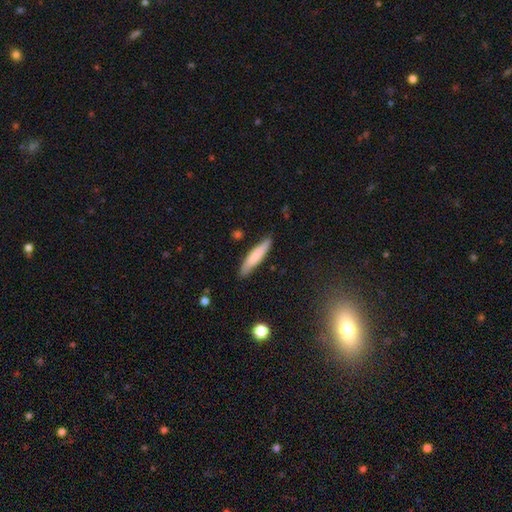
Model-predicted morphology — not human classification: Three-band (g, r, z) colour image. It shows a smooth galaxy with no disk features (75%) that is cigar-shaped (88%). Merging: none (85%).